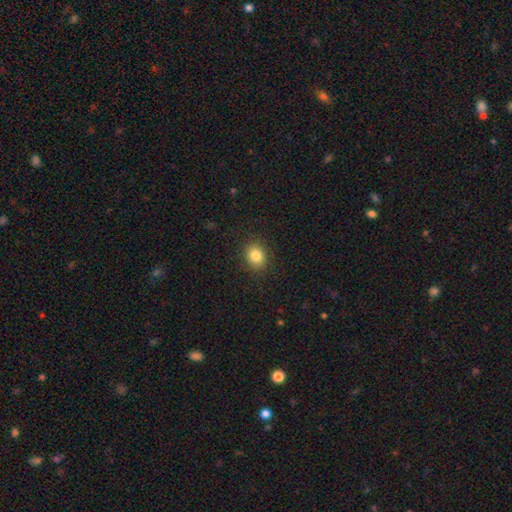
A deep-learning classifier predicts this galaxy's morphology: Smooth or featured?
  - smooth: 83% *
  - star or artifact: 10%
  - featured or disk: 6%
How rounded?
  - round: 57% *
  - in between: 42%
  - cigar-shaped: 1%
Merging?
  - none: 88% *
  - minor disturbance: 8%
  - major disturbance: 3%
  - merger: 1%